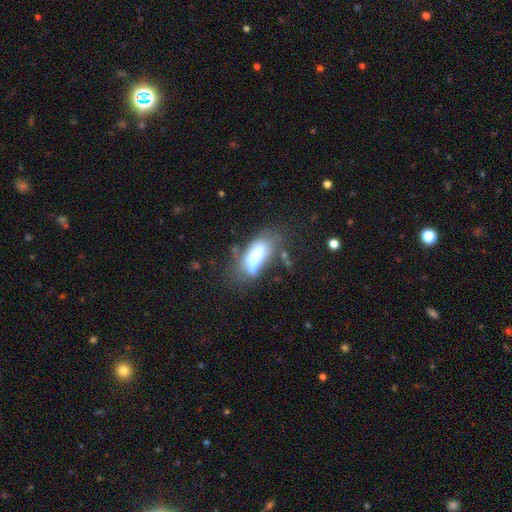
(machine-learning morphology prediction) This appears to be a smooth galaxy with no disk features (63%) that is in between round and cigar-shaped (77%). Merging: none (37%).